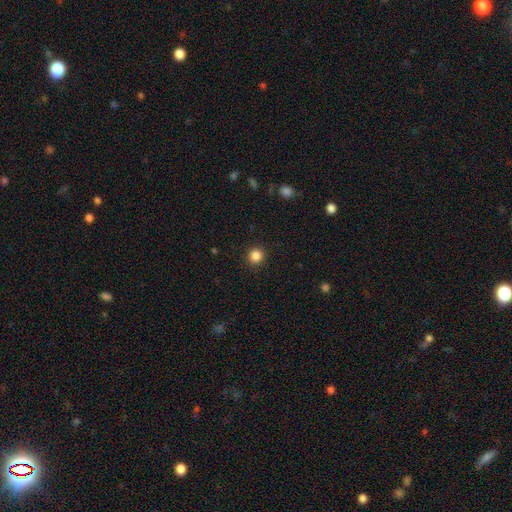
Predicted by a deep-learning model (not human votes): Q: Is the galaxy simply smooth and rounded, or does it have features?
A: smooth — 85%.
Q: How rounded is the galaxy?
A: round — 94%.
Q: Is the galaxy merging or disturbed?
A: none — 92%.